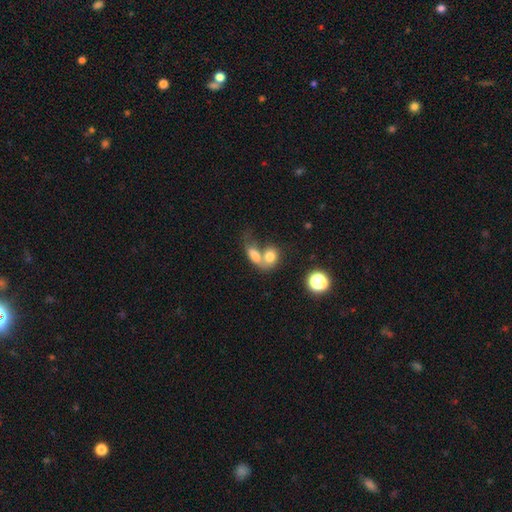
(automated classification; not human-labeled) This appears to be a smooth galaxy with no disk features (73%) that is in between round and cigar-shaped (71%). Merging: merger (67%).